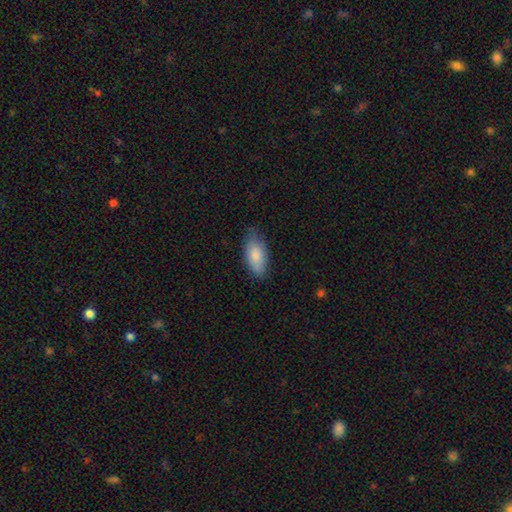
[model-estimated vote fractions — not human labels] Morphology: type=smooth (85%); roundness=in between (91%); merging=none (75%).